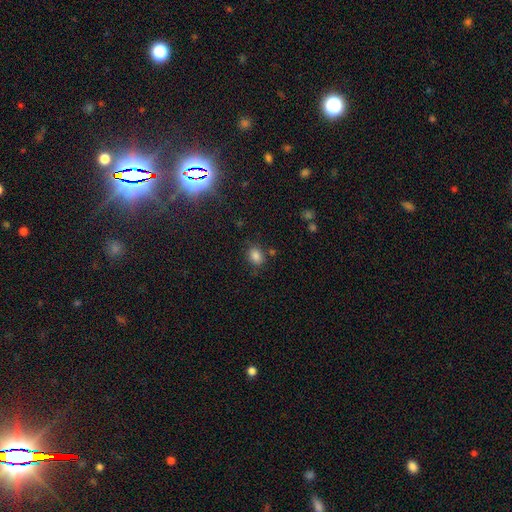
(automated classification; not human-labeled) Smooth or featured: smooth — 82% (star or artifact — 12%)
How rounded: in between — 58% (round — 41%)
Merging: none — 76% (minor disturbance — 14%)